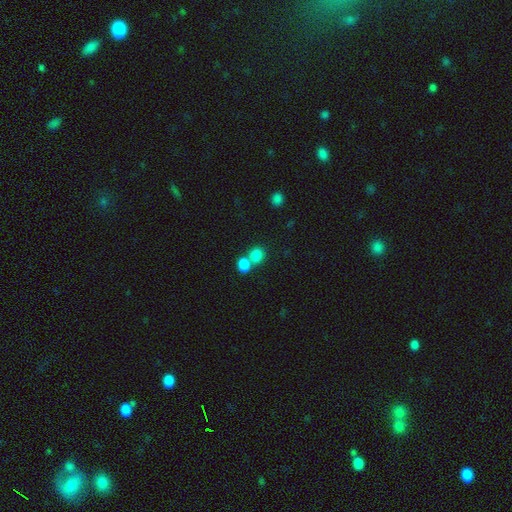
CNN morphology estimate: Smooth or featured? Predicted: smooth (p=0.83). How rounded? Predicted: round (p=0.67). Merging? Predicted: merger (p=0.49).